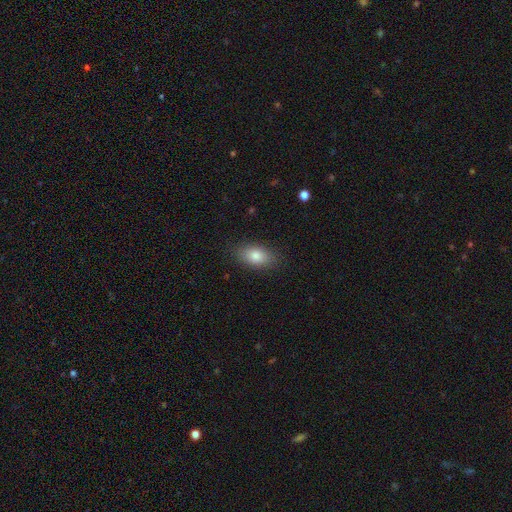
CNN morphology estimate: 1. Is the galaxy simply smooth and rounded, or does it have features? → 81% smooth, 11% featured or disk, 8% star or artifact.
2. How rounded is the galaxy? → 89% in between, 7% round, 4% cigar-shaped.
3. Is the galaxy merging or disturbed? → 87% none, 10% minor disturbance, 3% major disturbance, 1% merger.